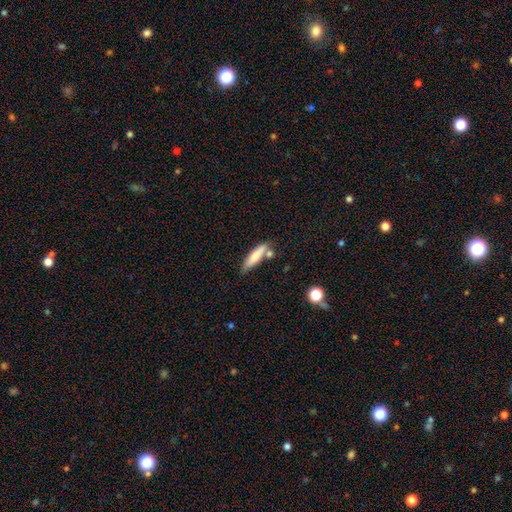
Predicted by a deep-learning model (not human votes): Smooth or featured? smooth (71%)
How rounded? cigar-shaped (75%)
Merging? none (59%)